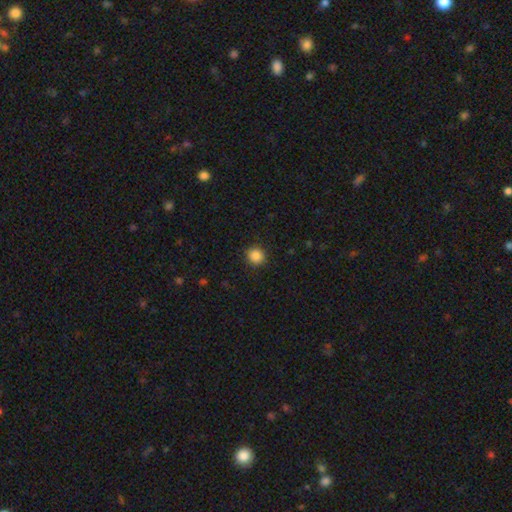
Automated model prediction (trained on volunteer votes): The model was most divided on "smooth or featured": smooth: 87%, star or artifact: 10%, featured or disk: 3%. More confident: merging — none (91%); how rounded — round (91%).